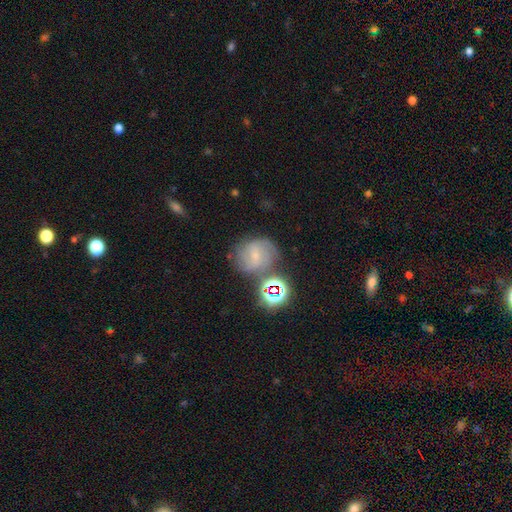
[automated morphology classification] The model was most divided on "smooth or featured": featured or disk: 49%, smooth: 30%, star or artifact: 20%. More confident: merging — none (57%).